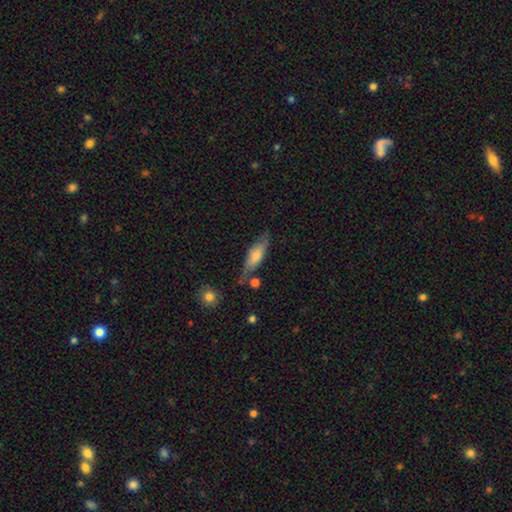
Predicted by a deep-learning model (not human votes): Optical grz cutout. It shows a smooth galaxy with no disk features (60%) that is in between round and cigar-shaped (49%). Merging: none (66%).